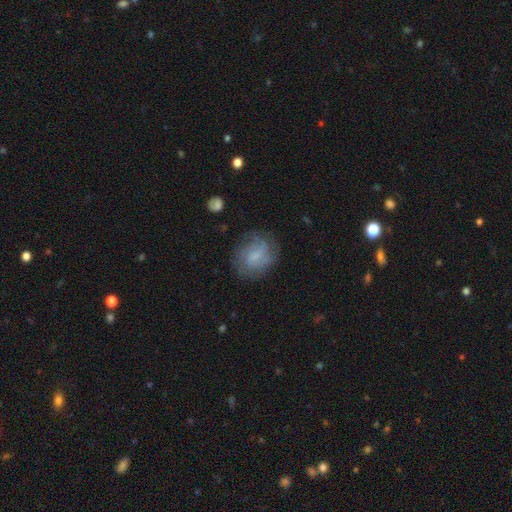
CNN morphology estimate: A featured or disk galaxy (65%) with a weak bar (50%), tight (45%) spiral arms (89%) and a small central bulge (49%). Merging: none (73%).